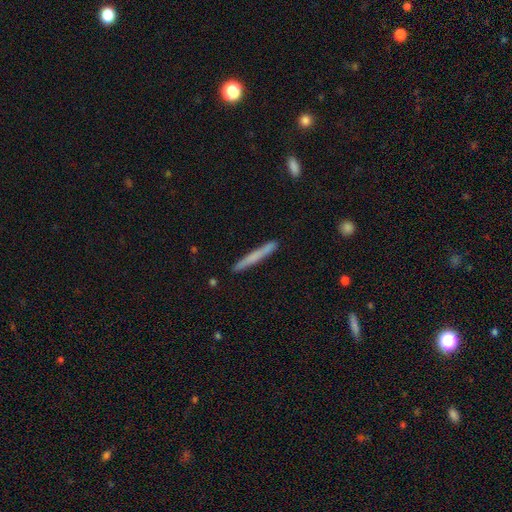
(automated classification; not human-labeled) Smooth or featured?
  - smooth: 62% *
  - featured or disk: 32%
  - star or artifact: 6%
How rounded?
  - cigar-shaped: 97% *
  - in between: 2%
  - round: 1%
Merging?
  - none: 89% *
  - minor disturbance: 8%
  - major disturbance: 1%
  - merger: 1%